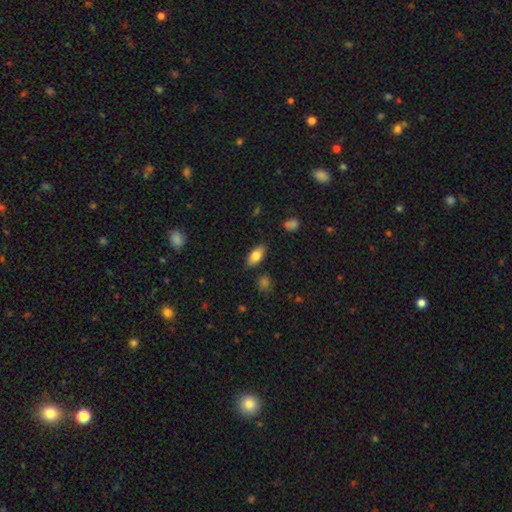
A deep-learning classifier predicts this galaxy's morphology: Smooth or featured? smooth (80%)
How rounded? in between (87%)
Merging? none (83%)